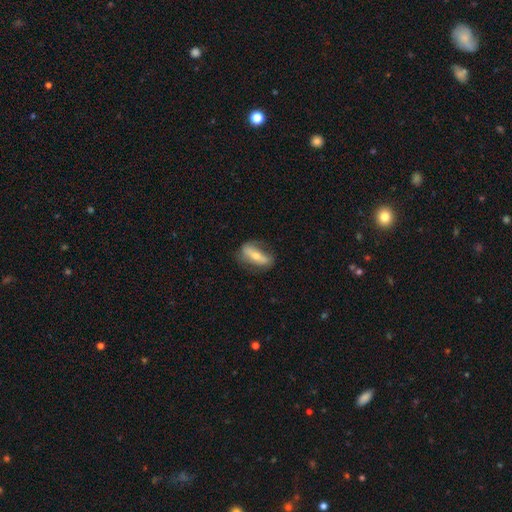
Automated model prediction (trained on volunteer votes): A featured or disk galaxy (48%).

Vote fractions:
- Smooth or featured? featured or disk: 48% / smooth: 46% / star or artifact: 7%
- Merging? none: 68% / minor disturbance: 22% / major disturbance: 9% / merger: 2%